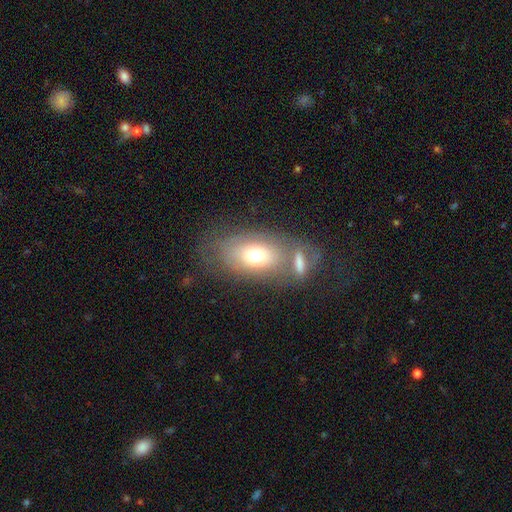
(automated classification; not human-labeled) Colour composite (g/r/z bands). It shows a smooth galaxy with no disk features (66%) that is in between round and cigar-shaped (83%). Merging: none (47%).